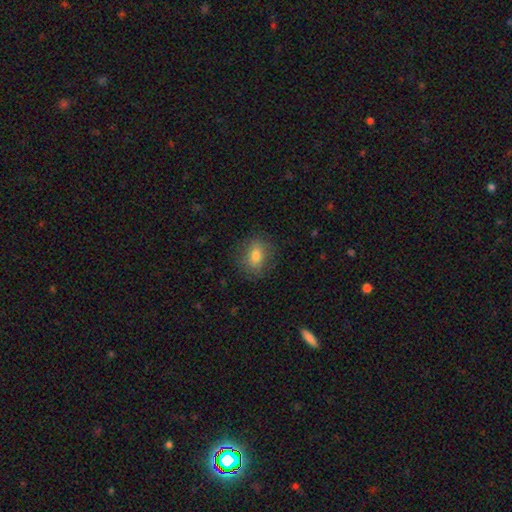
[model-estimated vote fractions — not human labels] A smooth galaxy with no disk features (76%) that is in between round and cigar-shaped (53%).

Vote fractions:
- Smooth or featured? smooth: 76% / featured or disk: 14% / star or artifact: 10%
- How rounded? in between: 53% / round: 45% / cigar-shaped: 2%
- Merging? none: 84% / minor disturbance: 12% / major disturbance: 4% / merger: 1%